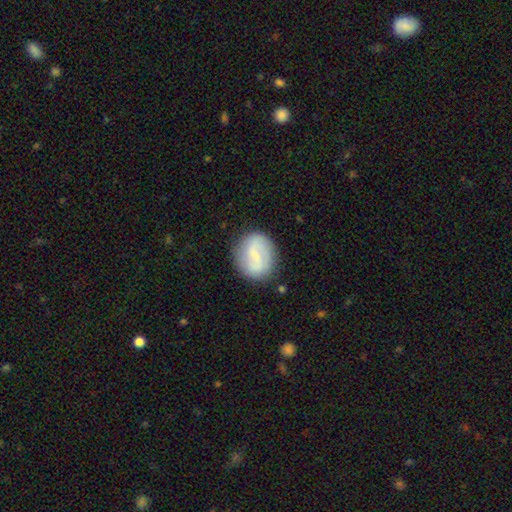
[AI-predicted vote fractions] A featured or disk galaxy (47%, tied with smooth). Merging: none (79%).